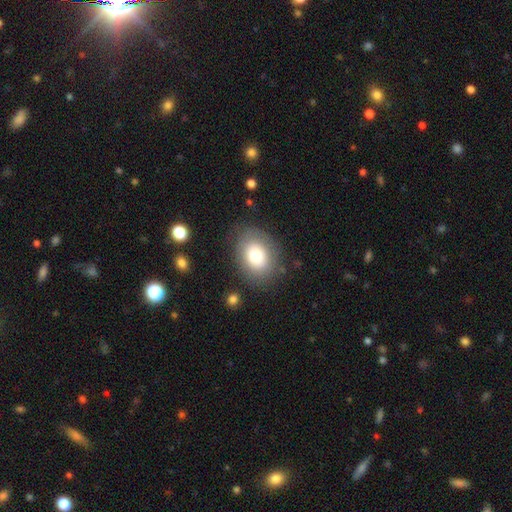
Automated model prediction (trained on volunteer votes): Q: Smooth or featured?
A: smooth (75%); runner-up: featured or disk (16%)
Q: How rounded?
A: in between (59%); runner-up: round (40%)
Q: Merging?
A: none (81%); runner-up: minor disturbance (12%)